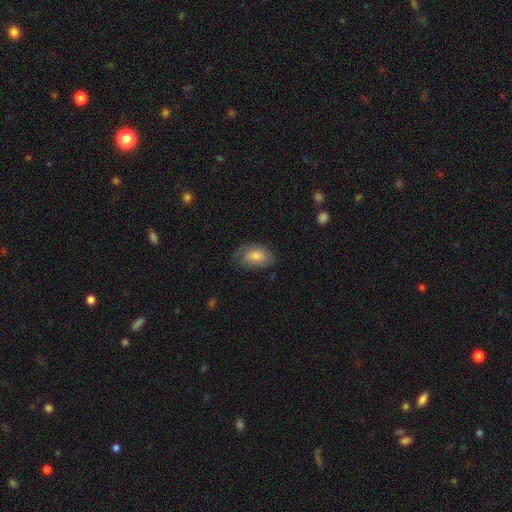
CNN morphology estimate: type=smooth (54%); roundness=in between (87%); merging=none (62%).